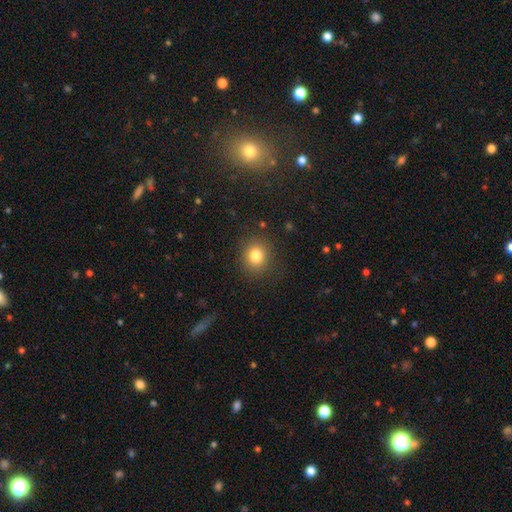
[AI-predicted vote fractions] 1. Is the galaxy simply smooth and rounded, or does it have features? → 81% smooth, 12% star or artifact, 7% featured or disk.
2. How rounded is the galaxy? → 79% round, 20% in between, 1% cigar-shaped.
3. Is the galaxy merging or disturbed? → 87% none, 8% minor disturbance, 3% major disturbance, 1% merger.